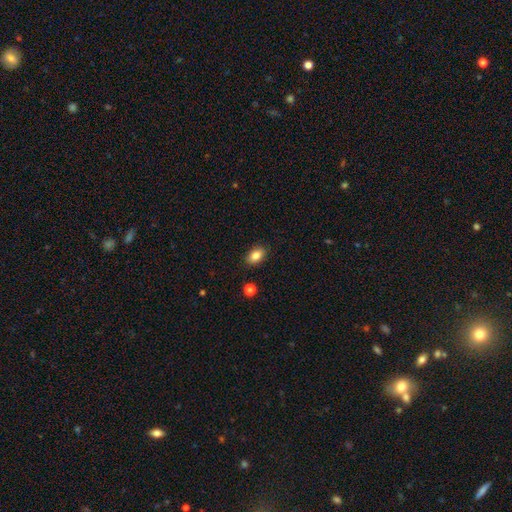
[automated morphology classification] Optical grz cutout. It shows a smooth galaxy with no disk features (85%) that is in between round and cigar-shaped (86%). Merging: none (87%).